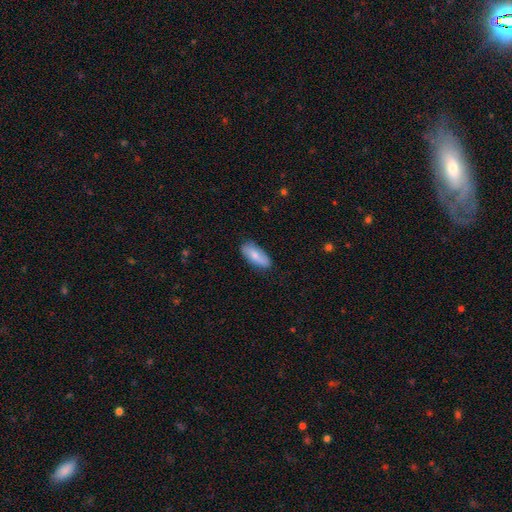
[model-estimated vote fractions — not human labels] Overall: smooth (72%). How rounded: in between (79%). Merging: none (81%).